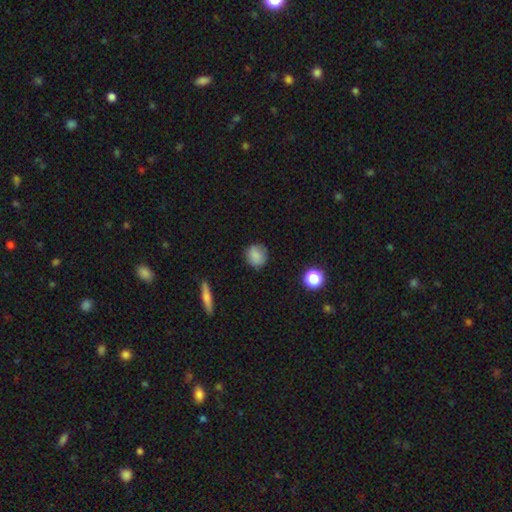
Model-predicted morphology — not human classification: Smooth or featured? Predicted: smooth (p=0.84). How rounded? Predicted: round (p=0.83). Merging? Predicted: none (p=0.83).